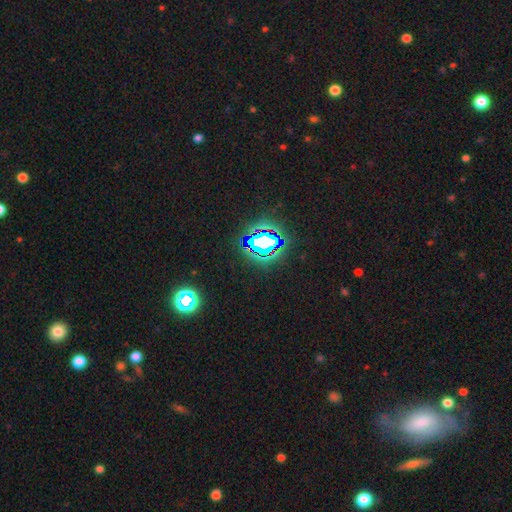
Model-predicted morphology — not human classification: smooth_or_featured: star or artifact (p=0.78) [alt: smooth p=0.14]